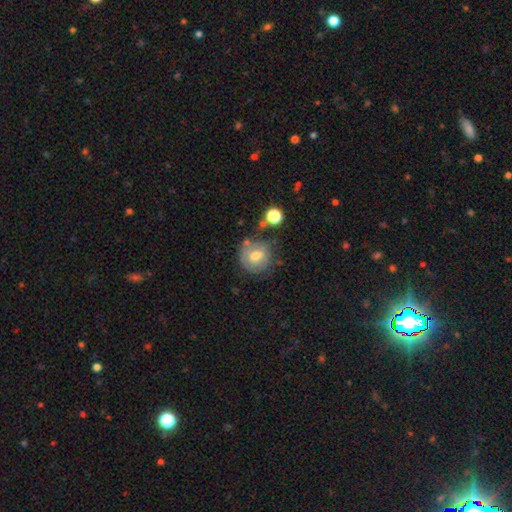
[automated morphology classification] A smooth galaxy with no disk features (60%) that is round (86%). Merging: none (65%).